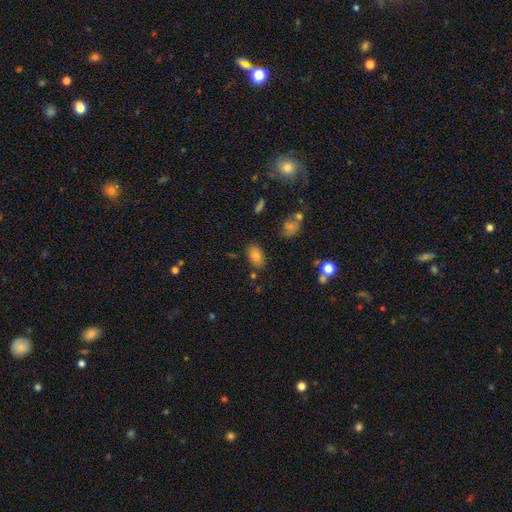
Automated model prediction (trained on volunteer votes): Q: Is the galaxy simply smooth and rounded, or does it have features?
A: smooth — 75%.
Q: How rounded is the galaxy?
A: in between — 81%.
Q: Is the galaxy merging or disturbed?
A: none — 77%.